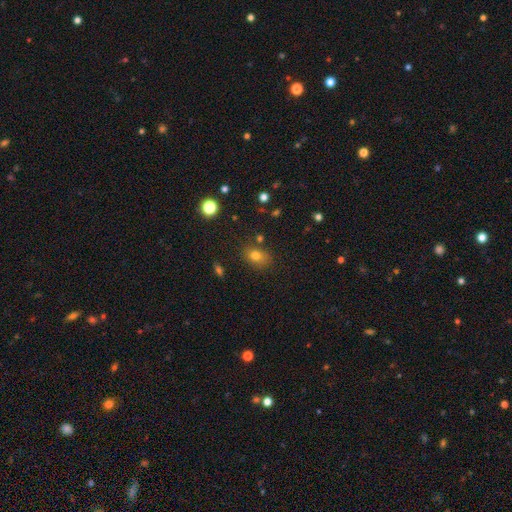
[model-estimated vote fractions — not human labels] smooth 76%, star or artifact 15%, featured or disk 9%. Down the decision tree: how rounded — in between (64%); merging — none (75%).